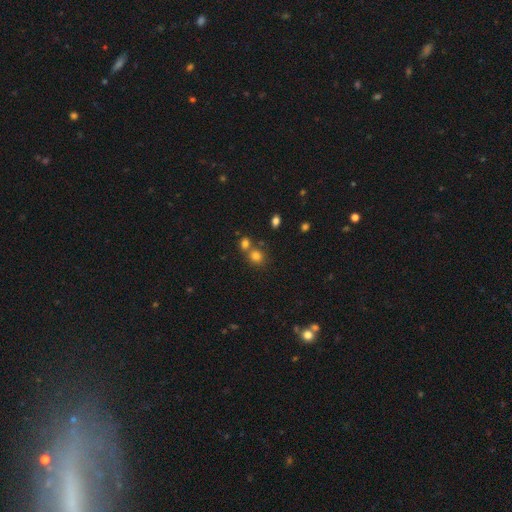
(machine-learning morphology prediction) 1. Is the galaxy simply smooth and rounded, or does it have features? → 79% smooth, 14% star or artifact, 7% featured or disk.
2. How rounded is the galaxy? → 79% round, 20% in between, 1% cigar-shaped.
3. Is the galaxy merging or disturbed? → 56% none, 33% merger, 8% minor disturbance, 3% major disturbance.